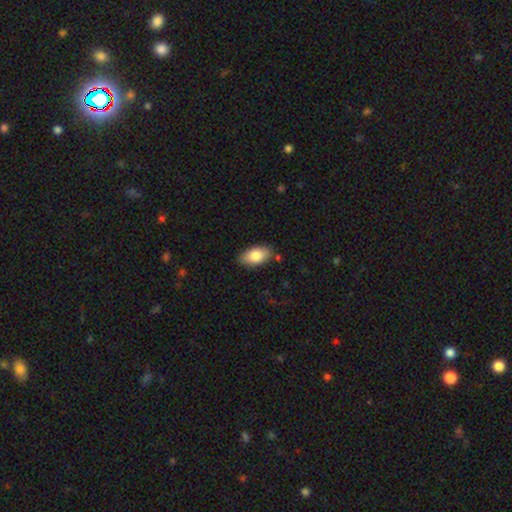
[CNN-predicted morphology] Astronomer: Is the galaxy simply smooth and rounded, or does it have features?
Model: smooth — 81%.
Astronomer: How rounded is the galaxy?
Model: in between — 93%.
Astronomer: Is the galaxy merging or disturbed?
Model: none — 86%.